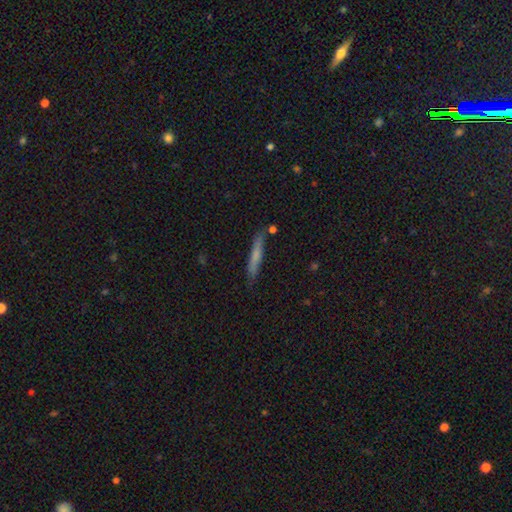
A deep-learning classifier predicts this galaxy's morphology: Smooth or featured? Predicted: smooth (p=0.66). How rounded? Predicted: cigar-shaped (p=0.94). Merging? Predicted: none (p=0.82).